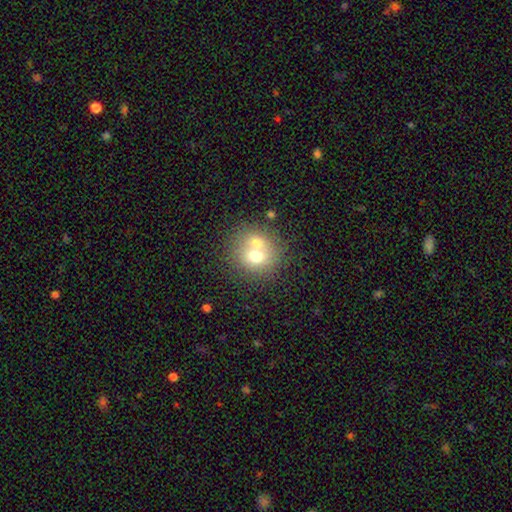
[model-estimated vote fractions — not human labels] This is likely a smooth galaxy (66%). How rounded: clearly round (82%). Merging: possibly merger (47%).